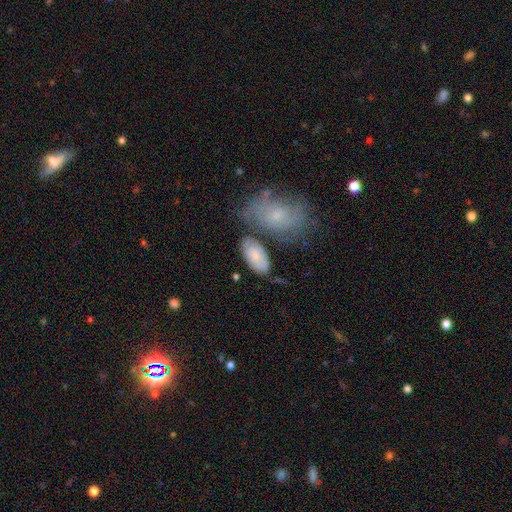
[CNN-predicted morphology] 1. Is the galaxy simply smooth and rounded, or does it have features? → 68% smooth, 26% featured or disk, 6% star or artifact.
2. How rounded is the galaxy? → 93% in between, 4% round, 3% cigar-shaped.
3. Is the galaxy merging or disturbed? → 58% none, 20% minor disturbance, 14% merger, 8% major disturbance.